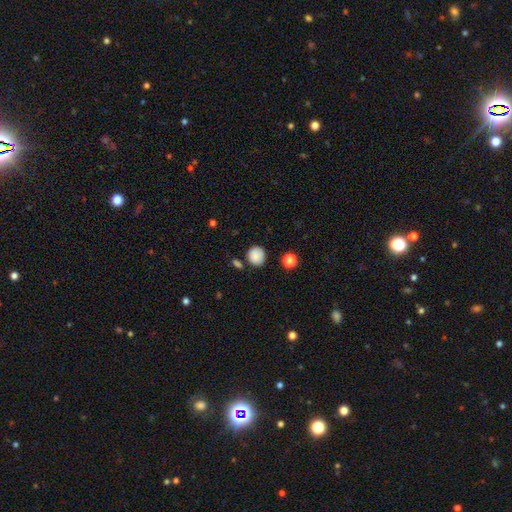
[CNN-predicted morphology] The model was most divided on "merging": none: 78%, minor disturbance: 13%, merger: 6%, major disturbance: 3%. More confident: how rounded — round (87%); smooth or featured — smooth (86%).